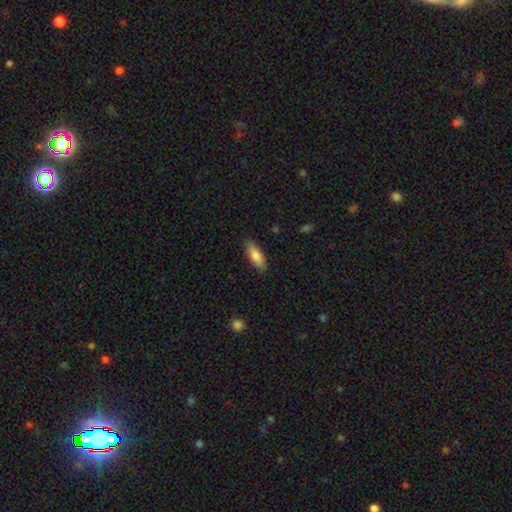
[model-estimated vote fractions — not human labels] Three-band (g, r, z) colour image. It shows a smooth galaxy with no disk features (81%) that is in between round and cigar-shaped (68%). Merging: none (86%).